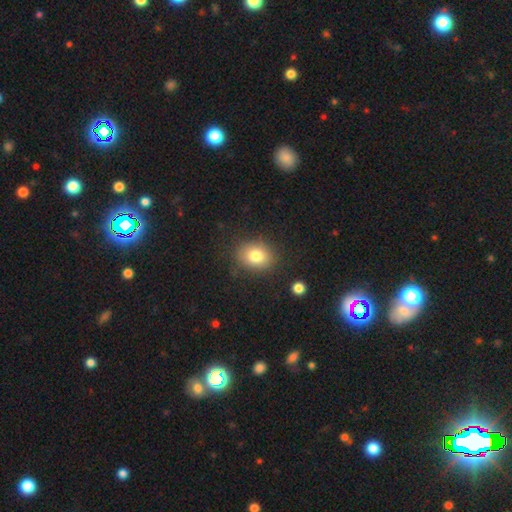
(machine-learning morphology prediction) smooth-or-featured: smooth: 79% | star or artifact: 11% | featured or disk: 10%
  how-rounded: round: 51% | in between: 48% | cigar-shaped: 1%
  merging: none: 82% | minor disturbance: 12% | major disturbance: 4% | merger: 2%